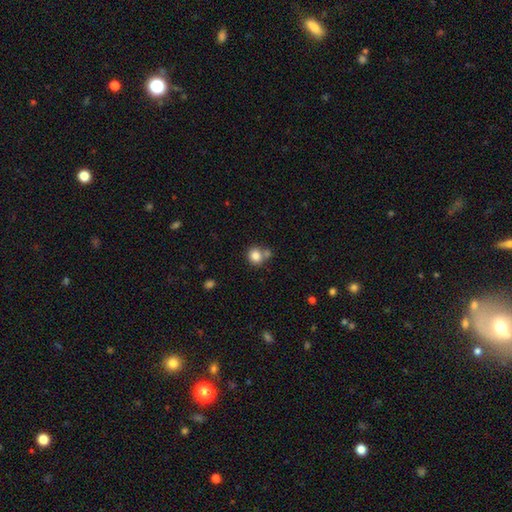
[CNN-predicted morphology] Overall: smooth (83%). How rounded: round (86%). Merging: none (59%; merger 27%).